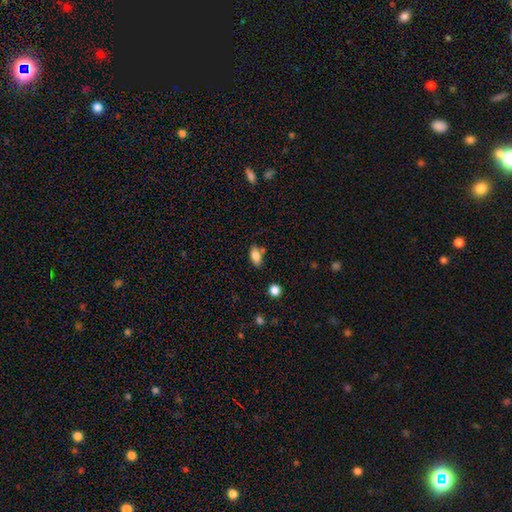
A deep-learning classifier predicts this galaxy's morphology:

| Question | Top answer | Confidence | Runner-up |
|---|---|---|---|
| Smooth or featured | smooth | 82% | featured or disk (9%) |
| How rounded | in between | 88% | cigar-shaped (7%) |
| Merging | none | 70% | minor disturbance (16%) |